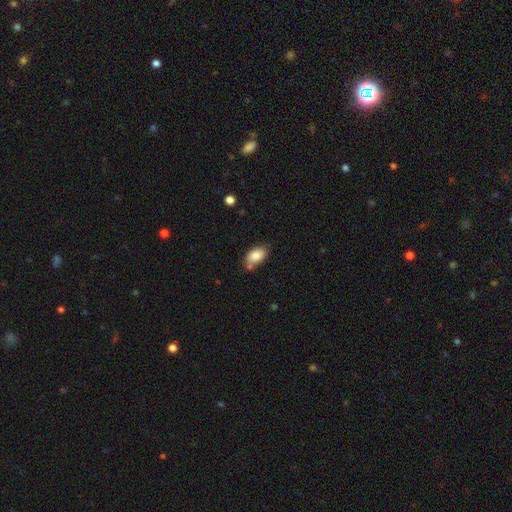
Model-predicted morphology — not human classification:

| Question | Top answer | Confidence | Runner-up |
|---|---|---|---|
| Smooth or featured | smooth | 85% | featured or disk (8%) |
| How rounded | in between | 91% | round (7%) |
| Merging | none | 62% | minor disturbance (20%) |